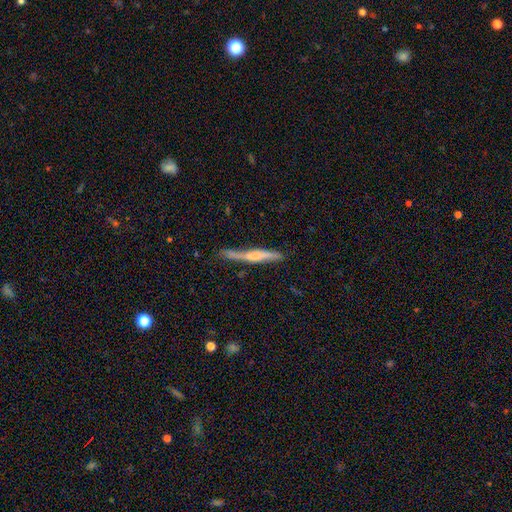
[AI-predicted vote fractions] Smooth or featured: featured or disk — 53% (smooth — 41%)
Edge-on disk: yes — 88% (no — 12%)
Merging: none — 64% (minor disturbance — 25%)